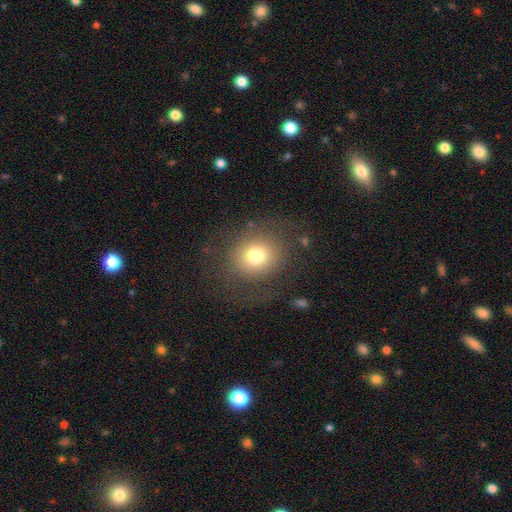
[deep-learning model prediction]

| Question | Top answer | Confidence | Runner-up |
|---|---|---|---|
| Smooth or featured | smooth | 72% | featured or disk (15%) |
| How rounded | round | 82% | in between (17%) |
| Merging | none | 72% | major disturbance (13%) |